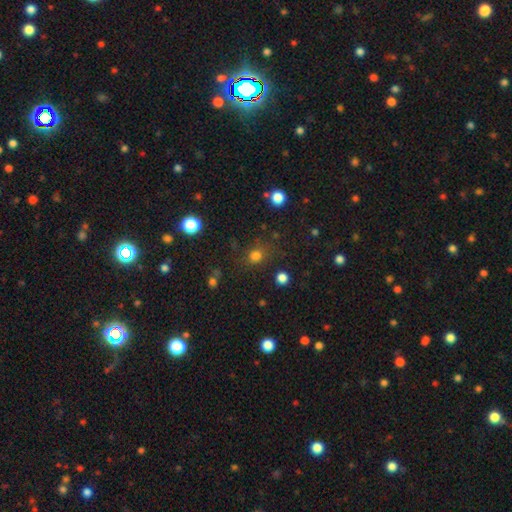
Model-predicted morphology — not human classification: This appears to be a smooth galaxy with no disk features (75%) that is round (76%). Merging: none (75%).